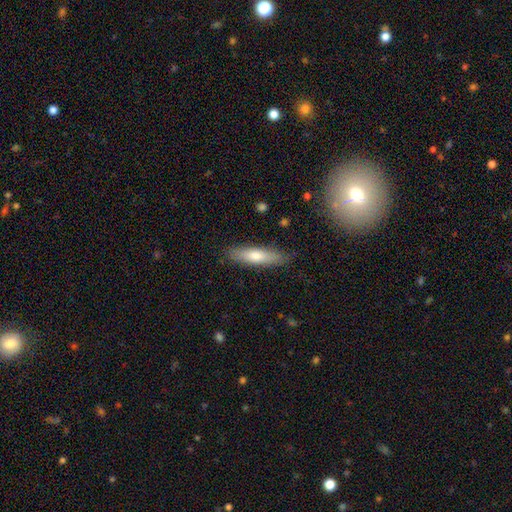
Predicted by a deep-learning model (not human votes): Smooth or featured?
  - smooth: 69% *
  - featured or disk: 25%
  - star or artifact: 6%
How rounded?
  - cigar-shaped: 73% *
  - in between: 25%
  - round: 2%
Merging?
  - none: 85% *
  - minor disturbance: 11%
  - major disturbance: 2%
  - merger: 1%